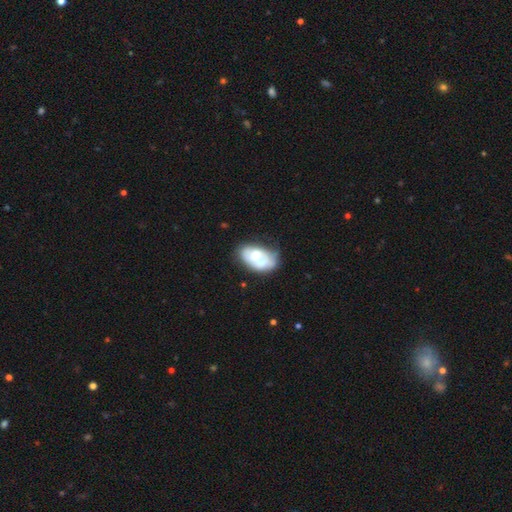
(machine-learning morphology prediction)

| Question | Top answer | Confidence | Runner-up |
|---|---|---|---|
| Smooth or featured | featured or disk | 48% | smooth (46%) |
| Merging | none | 48% | minor disturbance (34%) |